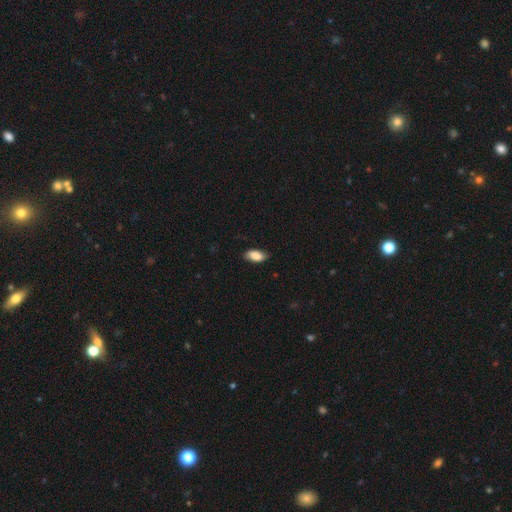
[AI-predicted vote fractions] Q: Smooth or featured?
A: smooth (86%); runner-up: featured or disk (8%)
Q: How rounded?
A: in between (92%); runner-up: cigar-shaped (5%)
Q: Merging?
A: none (81%); runner-up: minor disturbance (15%)